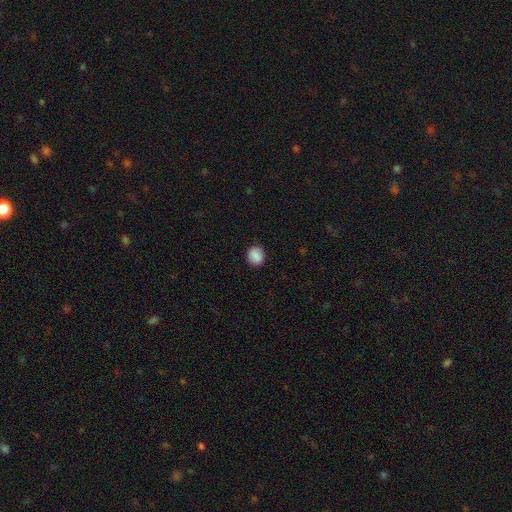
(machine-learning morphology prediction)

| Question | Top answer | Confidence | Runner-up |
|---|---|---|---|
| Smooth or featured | smooth | 88% | star or artifact (8%) |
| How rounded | round | 76% | in between (23%) |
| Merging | none | 88% | minor disturbance (9%) |